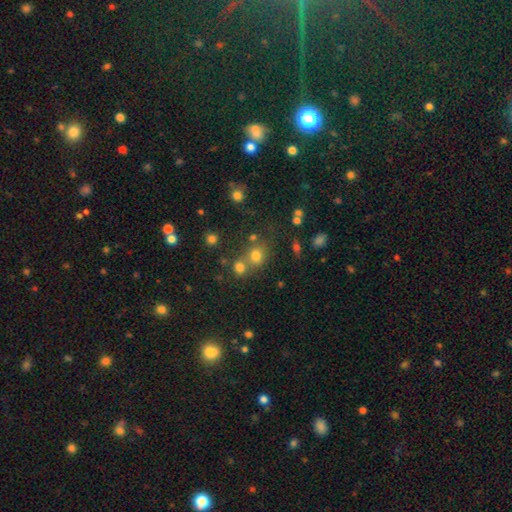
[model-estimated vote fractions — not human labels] Smooth or featured: smooth — 71% (star or artifact — 20%)
How rounded: round — 77% (in between — 22%)
Merging: none — 54% (merger — 32%)